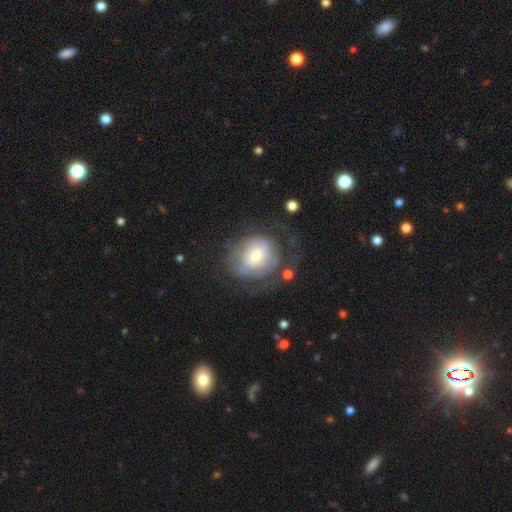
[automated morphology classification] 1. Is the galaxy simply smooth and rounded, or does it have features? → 60% featured or disk, 32% smooth, 7% star or artifact.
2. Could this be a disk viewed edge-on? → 97% no, 3% yes.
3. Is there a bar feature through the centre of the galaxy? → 64% no, 29% weak, 7% strong.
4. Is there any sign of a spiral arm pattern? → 73% yes, 27% no.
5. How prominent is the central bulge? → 45% moderate, 40% small, 11% large, 2% dominant, 2% none.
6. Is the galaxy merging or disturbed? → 51% none, 26% major disturbance, 20% minor disturbance, 3% merger.